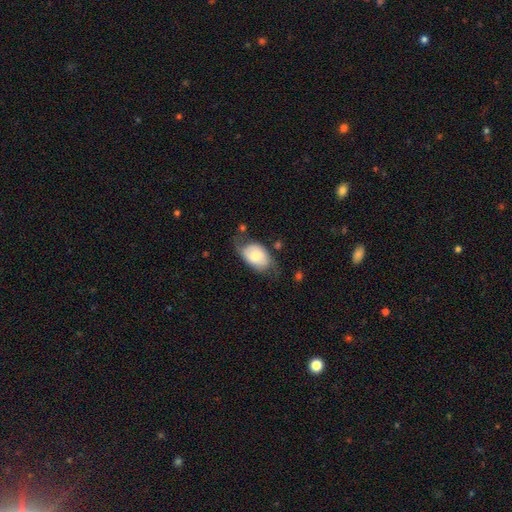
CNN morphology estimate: A smooth galaxy with no disk features (63%) that is in between round and cigar-shaped (85%).

Vote fractions:
- Smooth or featured? smooth: 63% / featured or disk: 30% / star or artifact: 7%
- How rounded? in between: 85% / round: 13% / cigar-shaped: 1%
- Merging? none: 49% / minor disturbance: 32% / major disturbance: 16% / merger: 3%